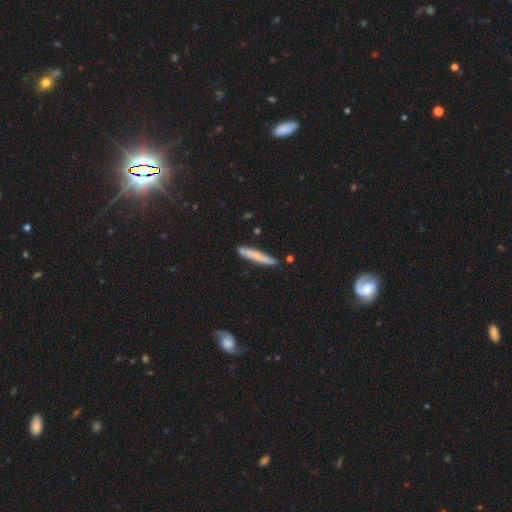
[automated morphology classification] smooth_or_featured: smooth (p=0.66) [alt: featured or disk p=0.28]
how_rounded: cigar-shaped (p=0.95) [alt: in between p=0.04]
merging: none (p=0.80) [alt: minor disturbance p=0.13]